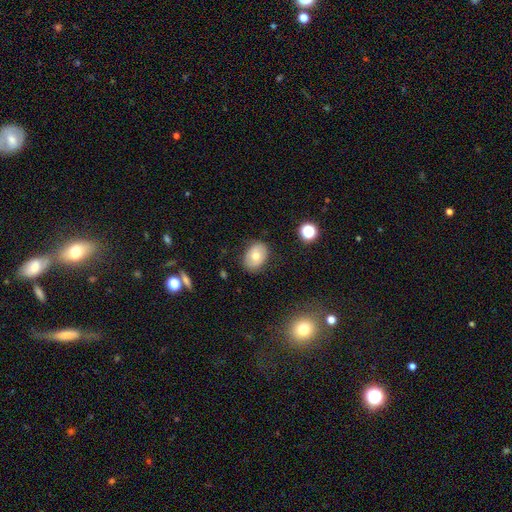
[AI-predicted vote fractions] Q: Smooth or featured?
A: smooth (70%); runner-up: featured or disk (21%)
Q: How rounded?
A: in between (71%); runner-up: round (28%)
Q: Merging?
A: none (83%); runner-up: minor disturbance (12%)